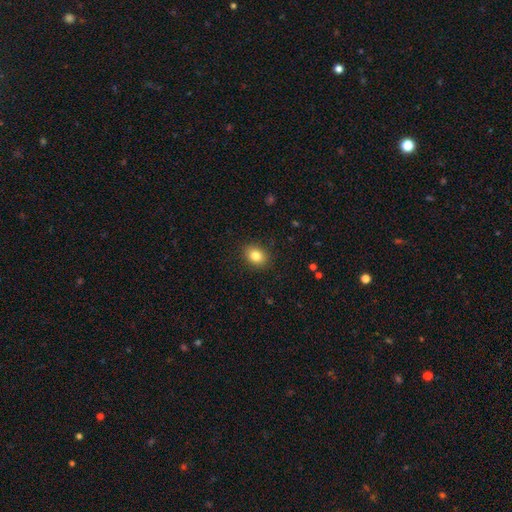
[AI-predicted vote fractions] Smooth or featured?
  - smooth: 83% *
  - star or artifact: 10%
  - featured or disk: 7%
How rounded?
  - in between: 53% *
  - round: 46%
  - cigar-shaped: 1%
Merging?
  - none: 89% *
  - minor disturbance: 8%
  - major disturbance: 2%
  - merger: 1%